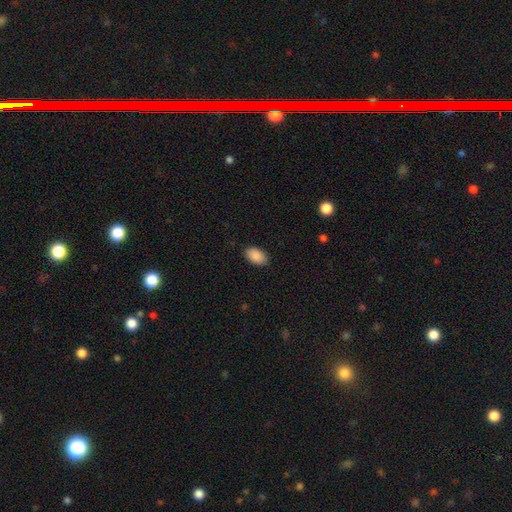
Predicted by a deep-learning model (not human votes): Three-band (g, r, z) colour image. It shows a smooth galaxy with no disk features (90%) that is in between round and cigar-shaped (93%). Merging: none (87%).